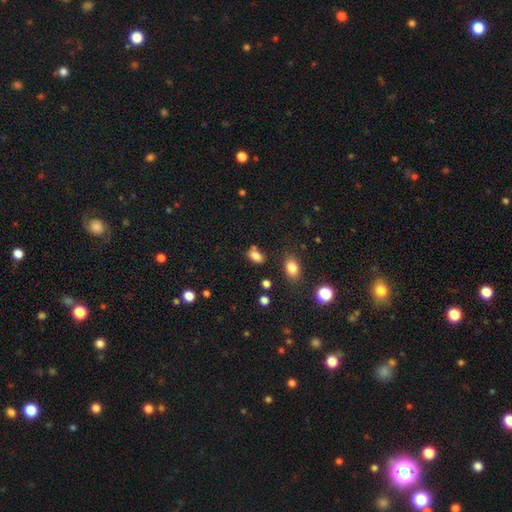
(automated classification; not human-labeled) Smooth or featured: smooth — 81% (star or artifact — 11%)
How rounded: in between — 85% (round — 12%)
Merging: none — 62% (minor disturbance — 18%)